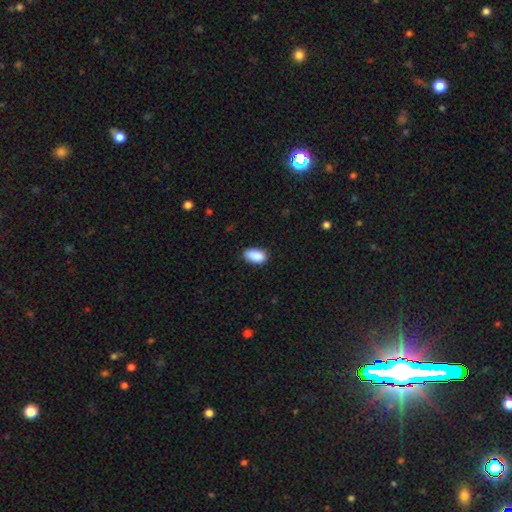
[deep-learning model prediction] This is clearly a smooth galaxy (91%). How rounded: clearly in between (94%). Merging: clearly none (84%).